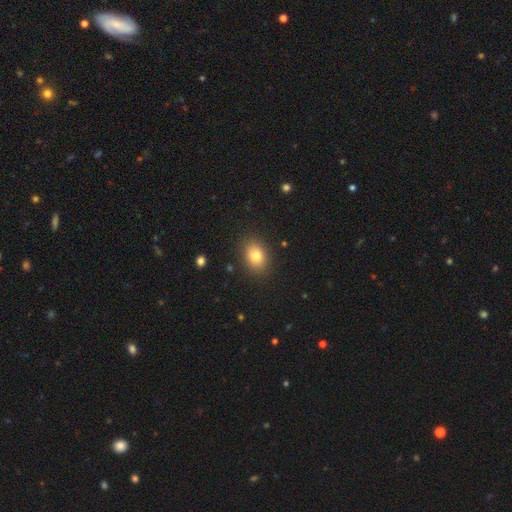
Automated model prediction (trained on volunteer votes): A smooth galaxy with no disk features (80%) that is in between round and cigar-shaped (70%).

Vote fractions:
- Smooth or featured? smooth: 80% / star or artifact: 10% / featured or disk: 10%
- How rounded? in between: 70% / round: 29% / cigar-shaped: 1%
- Merging? none: 88% / minor disturbance: 9% / major disturbance: 3% / merger: 1%